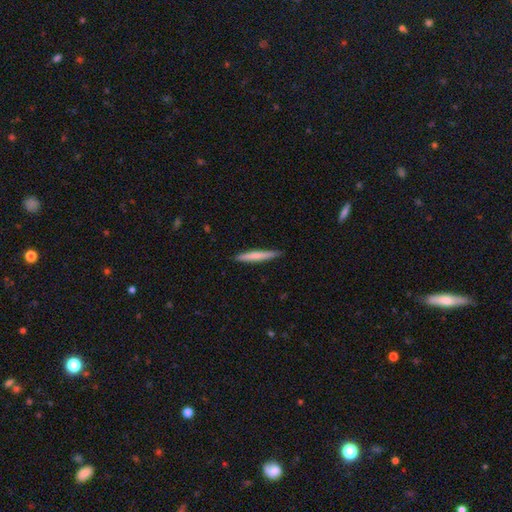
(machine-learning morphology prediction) Smooth or featured: smooth — 67% (featured or disk — 27%)
How rounded: cigar-shaped — 96% (in between — 3%)
Merging: none — 89% (minor disturbance — 9%)